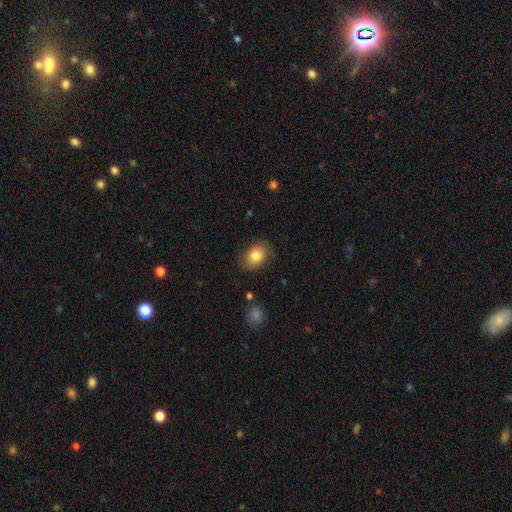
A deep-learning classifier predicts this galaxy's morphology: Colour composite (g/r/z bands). It shows a smooth galaxy with no disk features (83%) that is in between round and cigar-shaped (75%). Merging: none (84%).